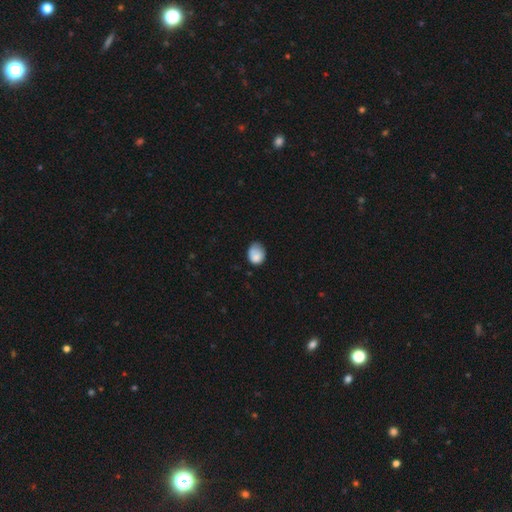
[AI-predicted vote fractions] smooth 81%, featured or disk 11%, star or artifact 8%. Down the decision tree: how rounded — in between (51%); merging — none (47%).